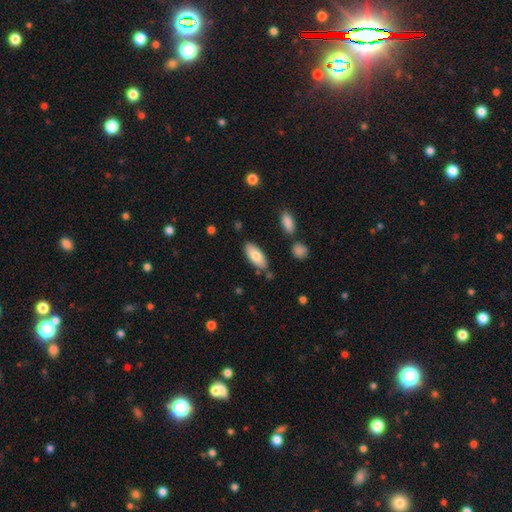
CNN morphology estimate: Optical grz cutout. It shows a smooth galaxy with no disk features (78%) that is in between round and cigar-shaped (84%). Merging: none (80%).